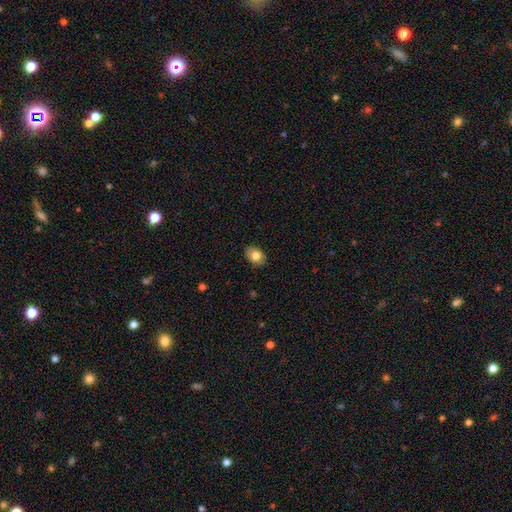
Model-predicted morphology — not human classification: This appears to be a smooth galaxy with no disk features (75%) that is in between round and cigar-shaped (75%). Merging: none (86%).